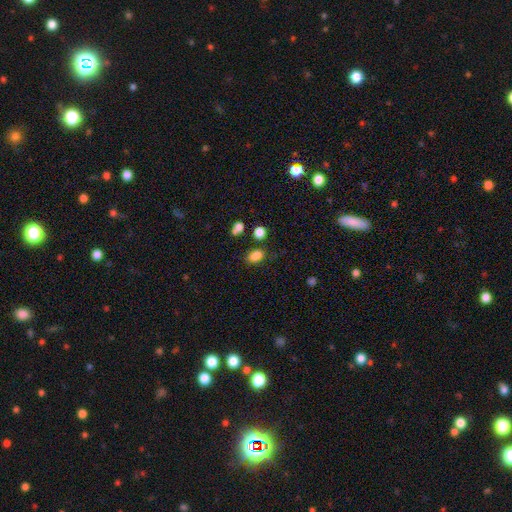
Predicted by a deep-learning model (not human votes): Smooth or featured? Predicted: smooth (p=0.83). How rounded? Predicted: in between (p=0.78). Merging? Predicted: none (p=0.71).